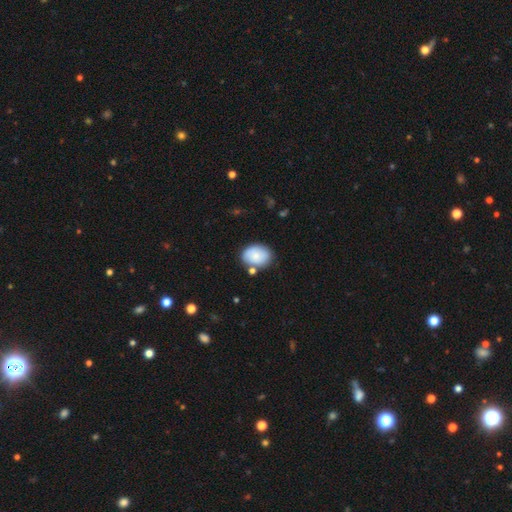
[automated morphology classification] type=smooth (79%); roundness=in between (71%); merging=none (70%).